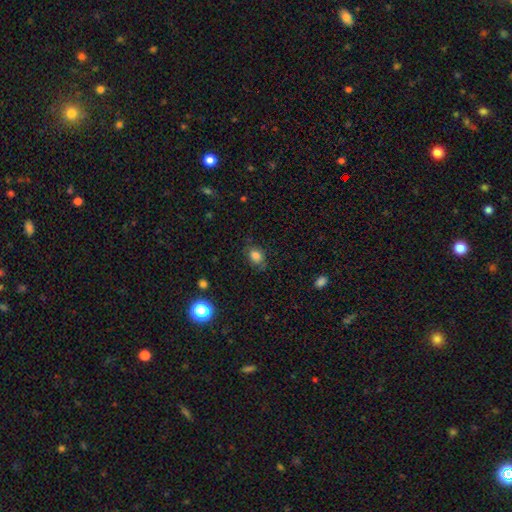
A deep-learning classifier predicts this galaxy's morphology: Overall: smooth (80%). How rounded: in between (58%; round 41%). Merging: none (75%).